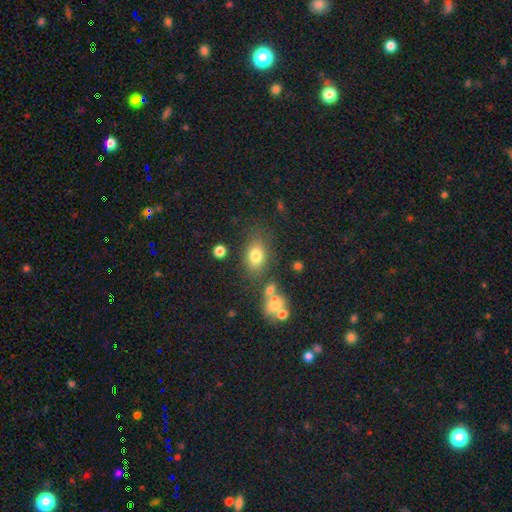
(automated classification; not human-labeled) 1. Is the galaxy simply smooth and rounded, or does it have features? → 77% smooth, 12% star or artifact, 11% featured or disk.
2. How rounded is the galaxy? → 76% in between, 22% round, 2% cigar-shaped.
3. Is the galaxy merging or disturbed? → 71% none, 15% minor disturbance, 8% merger, 6% major disturbance.